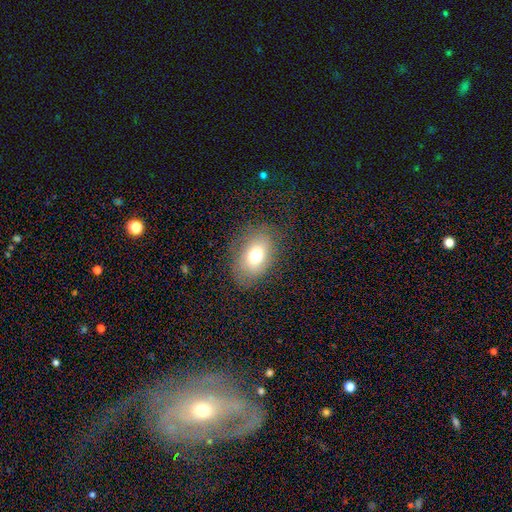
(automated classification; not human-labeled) Smooth or featured? Predicted: smooth (p=0.71). How rounded? Predicted: in between (p=0.78). Merging? Predicted: none (p=0.76).